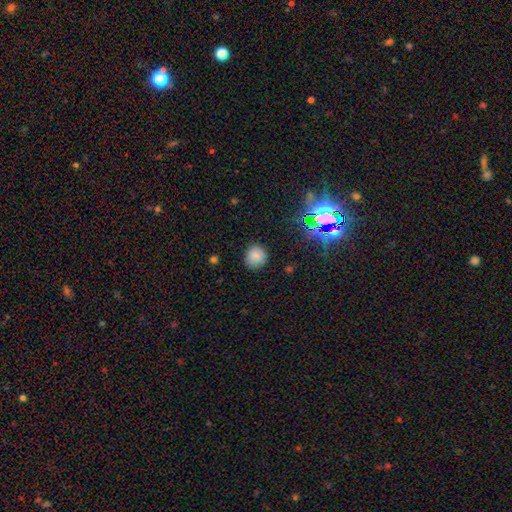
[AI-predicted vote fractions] A smooth galaxy with no disk features (82%) that is round (88%).

Vote fractions:
- Smooth or featured? smooth: 82% / star or artifact: 13% / featured or disk: 5%
- How rounded? round: 88% / in between: 11% / cigar-shaped: 1%
- Merging? none: 87% / minor disturbance: 10% / major disturbance: 3% / merger: 1%